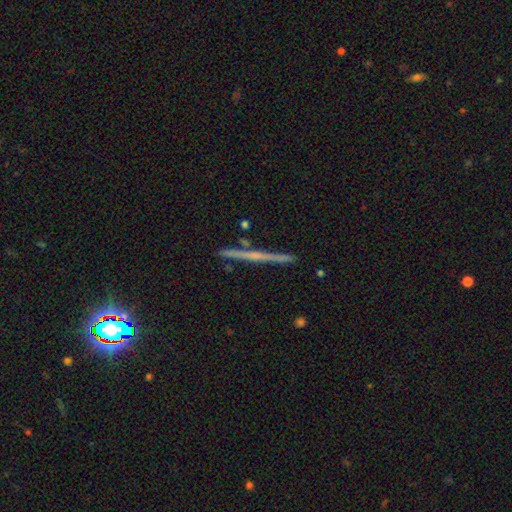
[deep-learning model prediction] This is likely a featured or disk galaxy (65%). It is clearly viewed edge-on (98%). Edge-on bulge: likely none (63%). Merging: clearly none (89%).